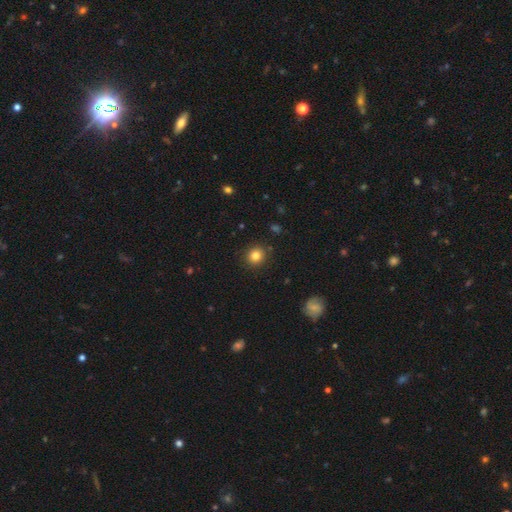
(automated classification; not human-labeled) Q: Smooth or featured?
A: smooth (82%); runner-up: star or artifact (12%)
Q: How rounded?
A: round (89%); runner-up: in between (10%)
Q: Merging?
A: none (91%); runner-up: minor disturbance (6%)